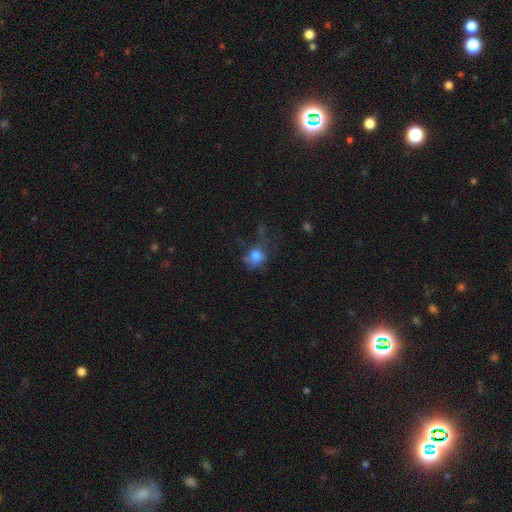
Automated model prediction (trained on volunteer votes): A smooth galaxy with no disk features (69%) that is round (63%). Merging: none (39%).